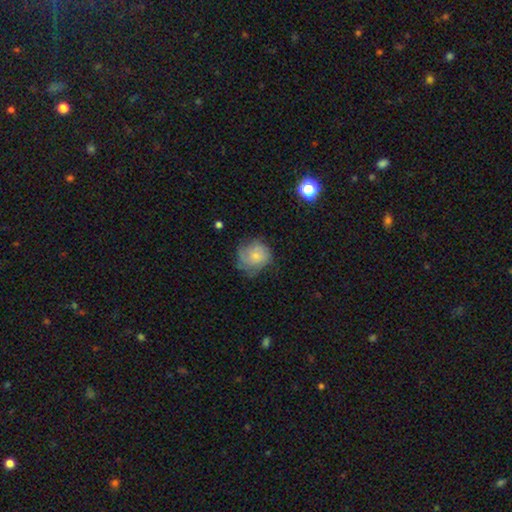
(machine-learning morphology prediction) smooth 56%, featured or disk 35%, star or artifact 9%. Down the decision tree: how rounded — round (82%); merging — none (57%).